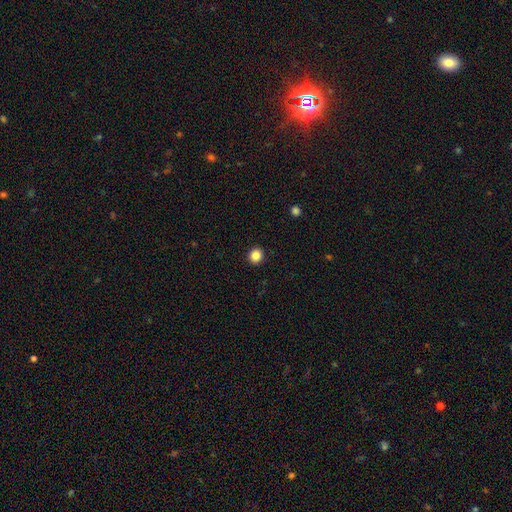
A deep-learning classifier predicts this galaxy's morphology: This is clearly a smooth galaxy (86%). How rounded: clearly round (89%). Merging: clearly none (93%).